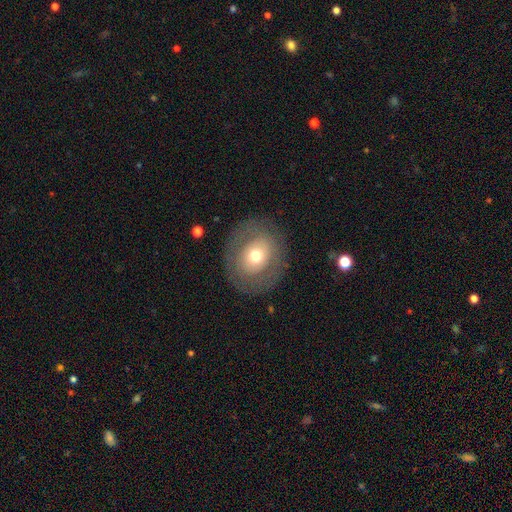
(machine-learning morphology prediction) The model was most divided on "smooth or featured": smooth: 54%, featured or disk: 37%, star or artifact: 9%. More confident: merging — none (81%); how rounded — round (61%).